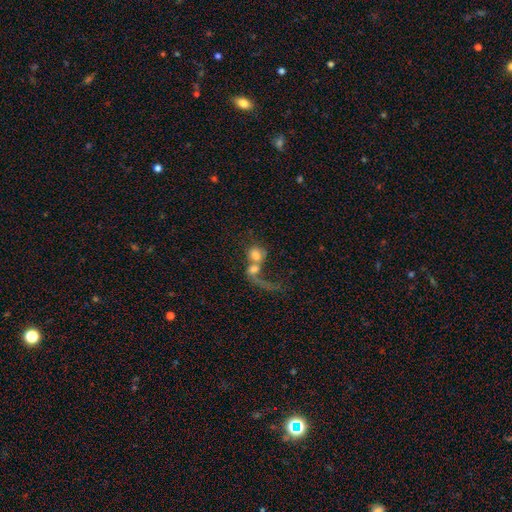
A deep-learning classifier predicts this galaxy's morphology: This appears to be a smooth galaxy with no disk features (54%) that is round (67%). Merging: merger (64%).